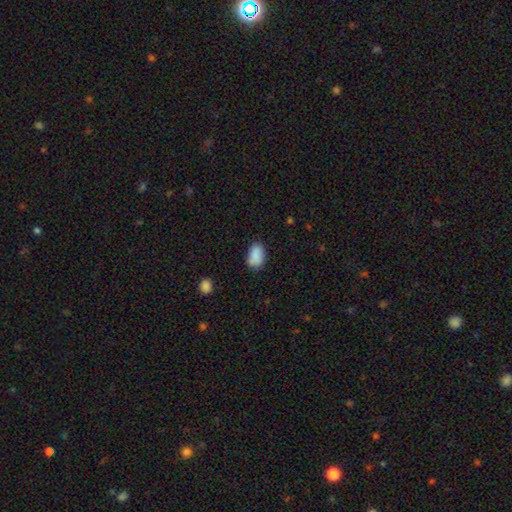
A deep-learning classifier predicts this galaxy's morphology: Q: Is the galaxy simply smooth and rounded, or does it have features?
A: smooth — 87%.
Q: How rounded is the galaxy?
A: in between — 89%.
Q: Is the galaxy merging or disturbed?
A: none — 72%.